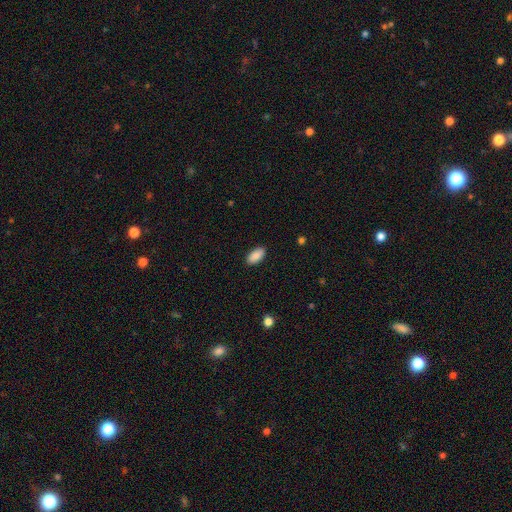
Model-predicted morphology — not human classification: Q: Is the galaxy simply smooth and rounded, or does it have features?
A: smooth — 90%.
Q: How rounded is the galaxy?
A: in between — 94%.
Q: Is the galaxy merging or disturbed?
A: none — 89%.